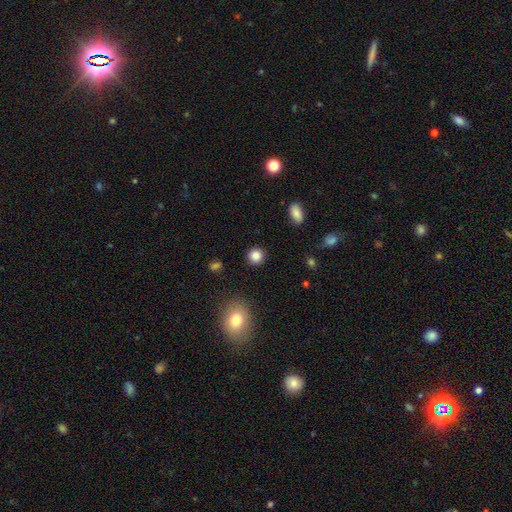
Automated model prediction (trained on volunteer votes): smooth_or_featured: smooth (p=0.85) [alt: star or artifact p=0.10]
how_rounded: round (p=0.91) [alt: in between p=0.08]
merging: none (p=0.91) [alt: minor disturbance p=0.05]